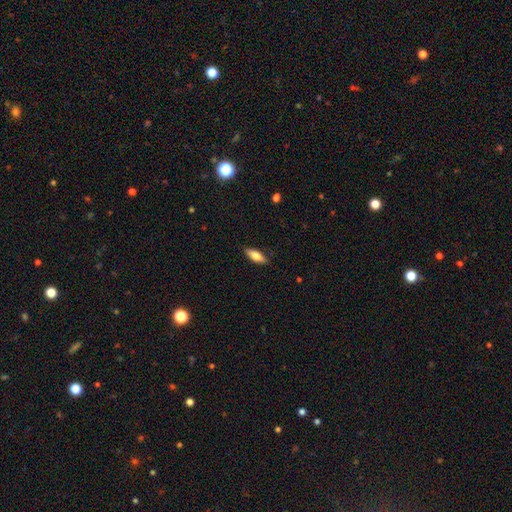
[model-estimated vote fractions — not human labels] Smooth or featured? smooth (74%)
How rounded? in between (63%)
Merging? none (87%)